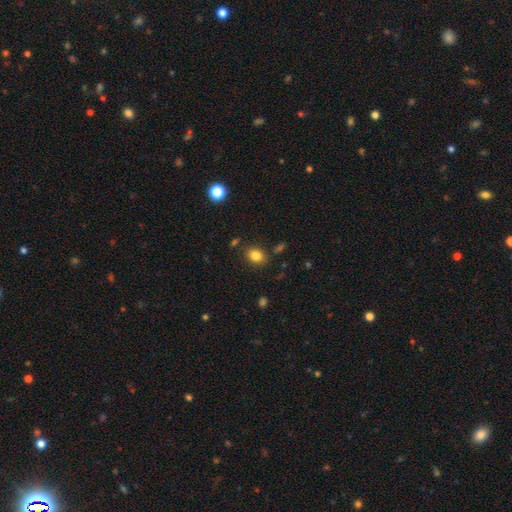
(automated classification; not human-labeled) smooth_or_featured: smooth (p=0.83) [alt: star or artifact p=0.11]
how_rounded: in between (p=0.59) [alt: round p=0.40]
merging: none (p=0.83) [alt: minor disturbance p=0.11]